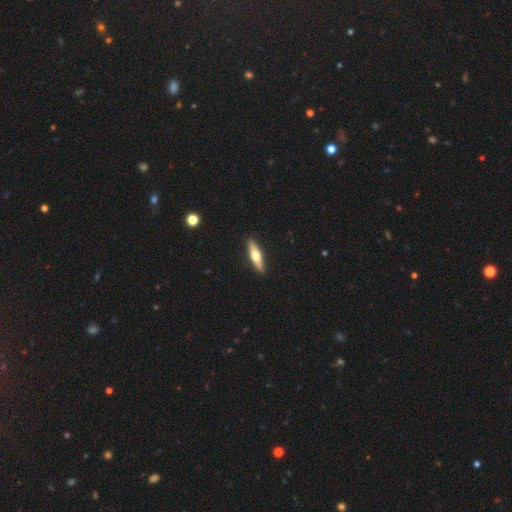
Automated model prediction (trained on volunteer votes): featured or disk 51%, smooth 43%, star or artifact 5%. Down the decision tree: edge-on disk — yes (93%); merging — none (91%).